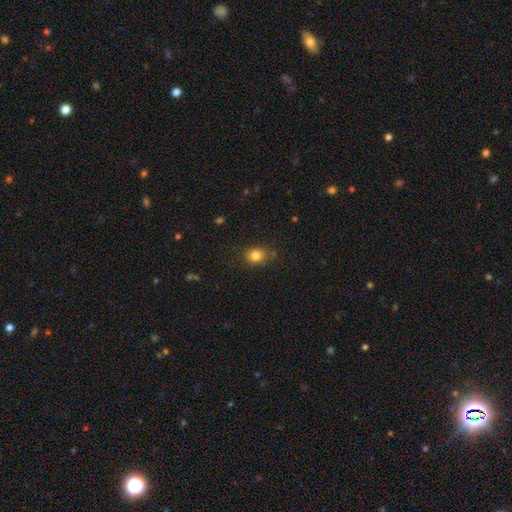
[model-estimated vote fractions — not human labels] Overall: smooth (82%). How rounded: round (58%; in between 41%). Merging: none (81%).